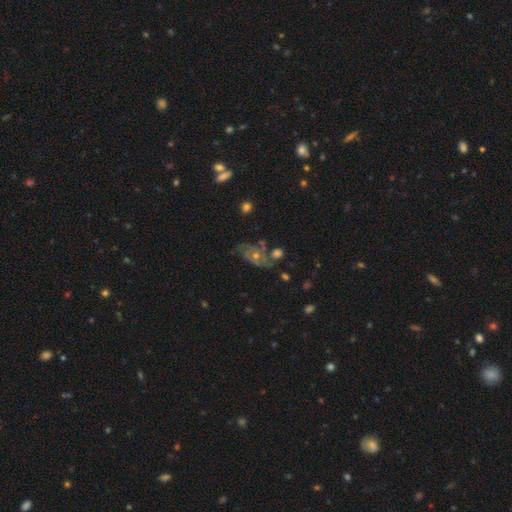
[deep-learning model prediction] Overall: featured or disk (71%). Edge-on disk: no (95%). Bar: no (76%). Spiral arms: yes (86%). Spiral arm count: 2 (47%; can't tell 27%). Spiral winding: medium (42%; tight 38%). Bulge size: small (49%; moderate 45%). Merging: none (53%; minor disturbance 22%).